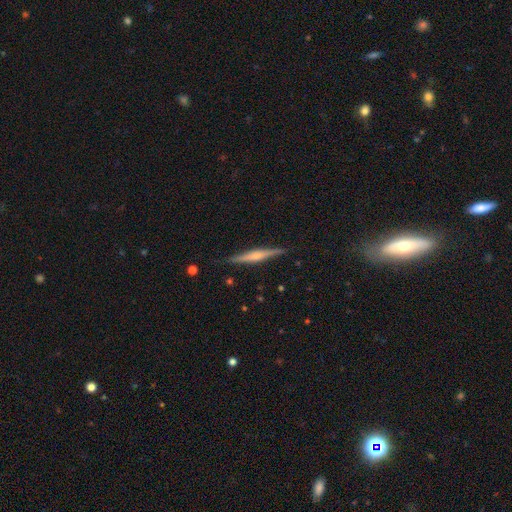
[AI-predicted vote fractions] The model was most divided on "edge-on bulge": rounded: 58%, boxy: 22%, none: 20%. More confident: edge-on disk — yes (98%); merging — none (89%); smooth or featured — featured or disk (66%).